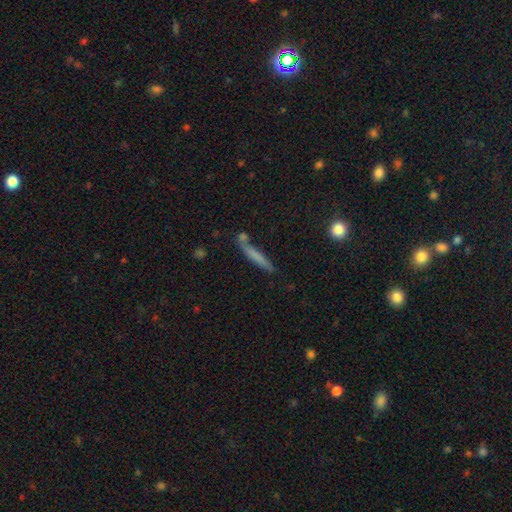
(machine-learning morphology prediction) smooth_or_featured: smooth (p=0.65) [alt: featured or disk p=0.28]
how_rounded: cigar-shaped (p=0.93) [alt: in between p=0.05]
merging: none (p=0.67) [alt: minor disturbance p=0.16]